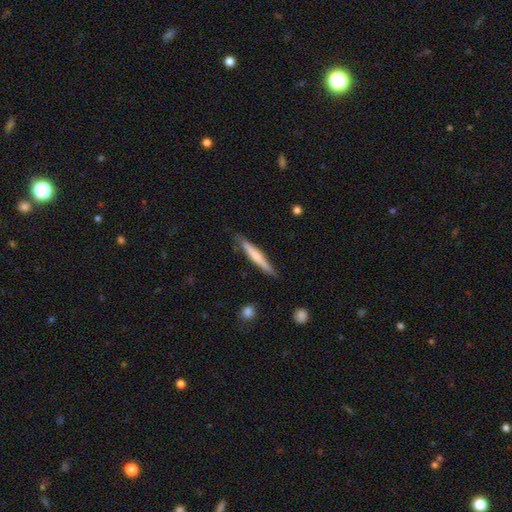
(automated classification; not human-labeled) Smooth or featured: smooth — 54% (featured or disk — 41%)
How rounded: cigar-shaped — 94% (in between — 4%)
Merging: none — 85% (minor disturbance — 11%)